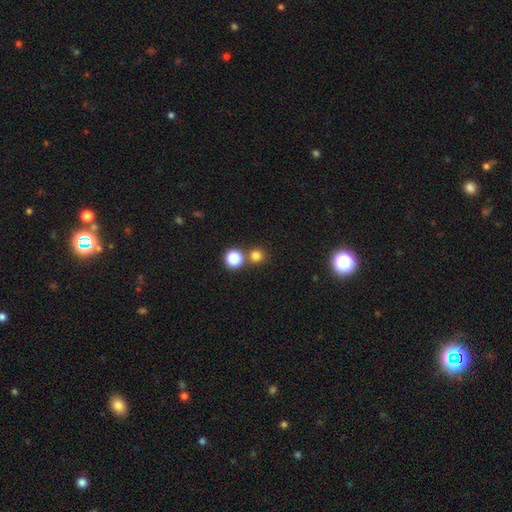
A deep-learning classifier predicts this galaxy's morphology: Smooth or featured: smooth — 77% (star or artifact — 18%)
How rounded: round — 93% (in between — 6%)
Merging: none — 73% (merger — 18%)